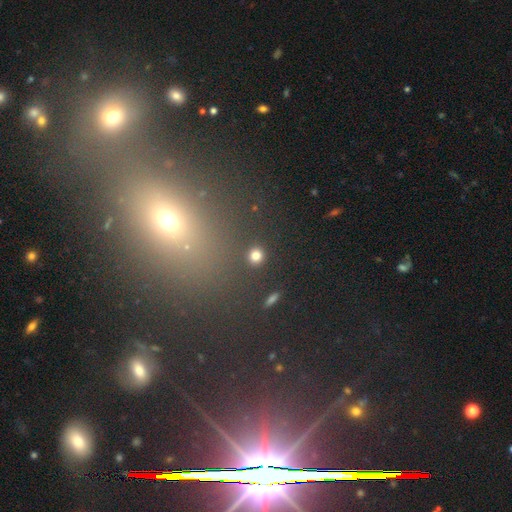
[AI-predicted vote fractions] Morphology: type=smooth (82%); roundness=round (89%); merging=none (90%).